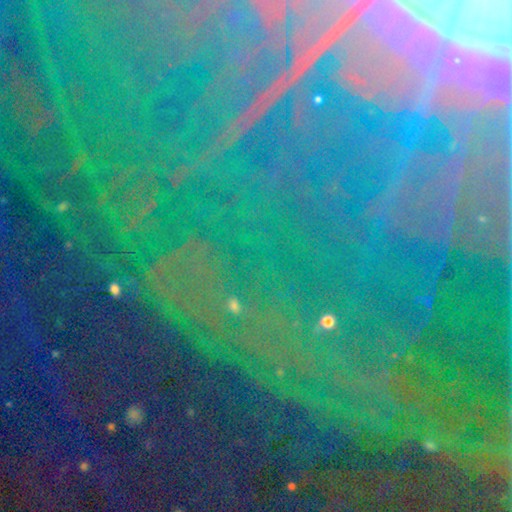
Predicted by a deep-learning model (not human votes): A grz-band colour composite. It shows a star or artifact, not a galaxy (85%).